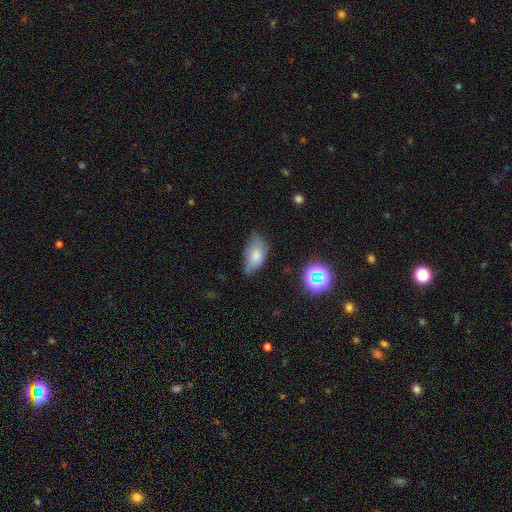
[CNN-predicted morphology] smooth_or_featured: smooth (p=0.70) [alt: featured or disk p=0.19]
how_rounded: in between (p=0.90) [alt: round p=0.06]
merging: none (p=0.45) [alt: minor disturbance p=0.39]